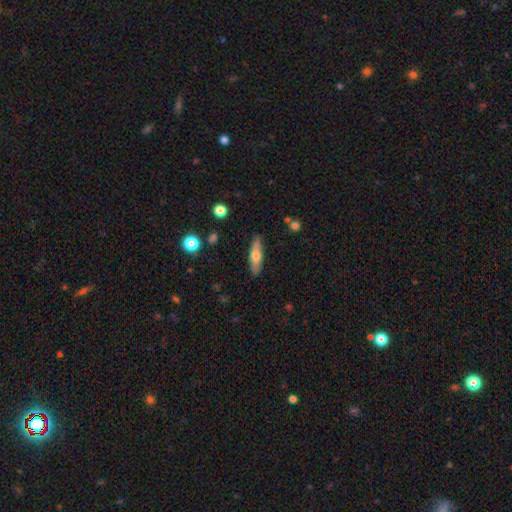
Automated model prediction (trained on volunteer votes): Q: Smooth or featured?
A: smooth (58%); runner-up: featured or disk (36%)
Q: How rounded?
A: cigar-shaped (62%); runner-up: in between (35%)
Q: Merging?
A: none (86%); runner-up: minor disturbance (10%)